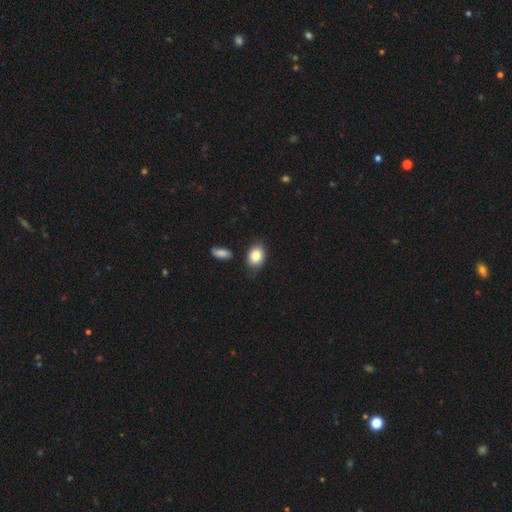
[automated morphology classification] The model was most divided on "how rounded": in between: 70%, round: 29%, cigar-shaped: 1%. More confident: smooth or featured — smooth (83%); merging — none (73%).